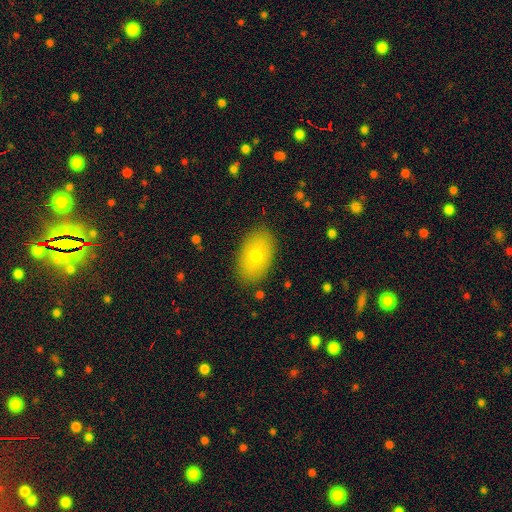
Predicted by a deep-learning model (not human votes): Smooth or featured? Predicted: smooth (p=0.71). How rounded? Predicted: in between (p=0.90). Merging? Predicted: none (p=0.87).